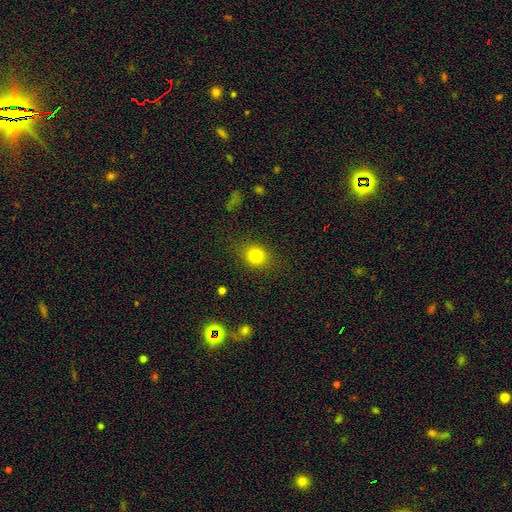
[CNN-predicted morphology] smooth-or-featured: smooth: 80% | star or artifact: 13% | featured or disk: 8%
  how-rounded: round: 78% | in between: 21% | cigar-shaped: 1%
  merging: none: 83% | minor disturbance: 11% | major disturbance: 4% | merger: 2%